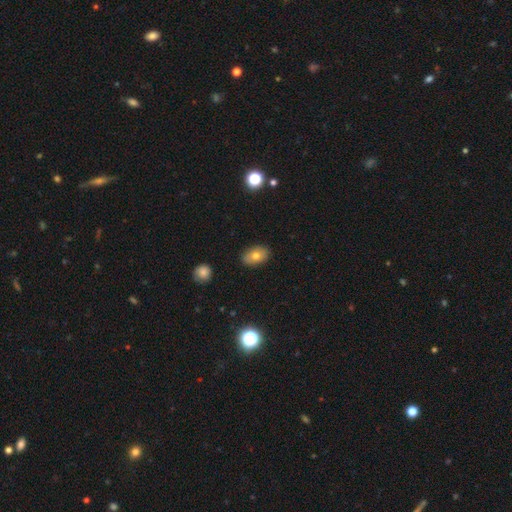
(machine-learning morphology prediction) smooth-or-featured: smooth: 72% | featured or disk: 17% | star or artifact: 10%
  how-rounded: in between: 86% | round: 12% | cigar-shaped: 1%
  merging: none: 86% | minor disturbance: 10% | major disturbance: 2% | merger: 1%